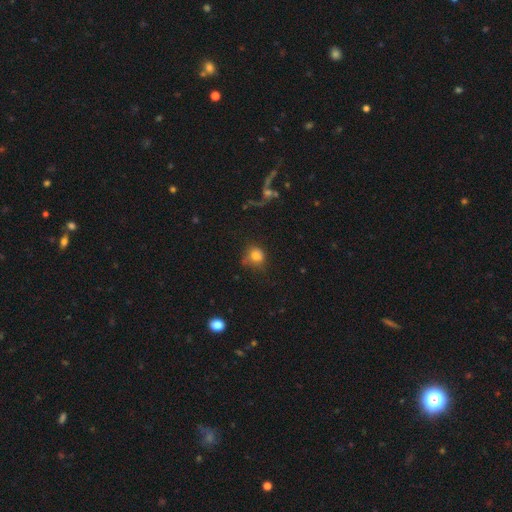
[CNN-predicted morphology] Smooth or featured: smooth — 76% (star or artifact — 12%)
How rounded: round — 72% (in between — 27%)
Merging: none — 50% (minor disturbance — 28%)